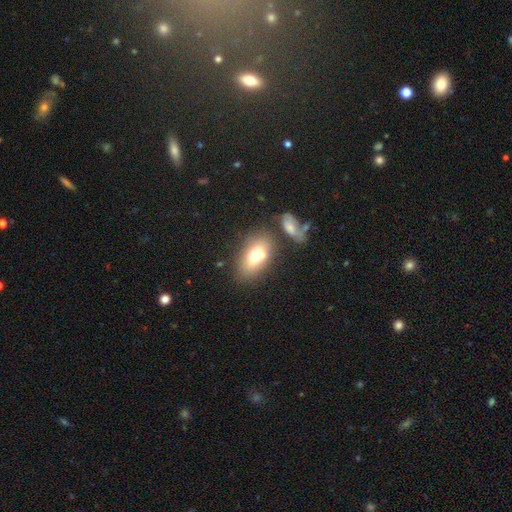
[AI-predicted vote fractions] Smooth or featured? Predicted: smooth (p=0.70). How rounded? Predicted: in between (p=0.86). Merging? Predicted: none (p=0.66).